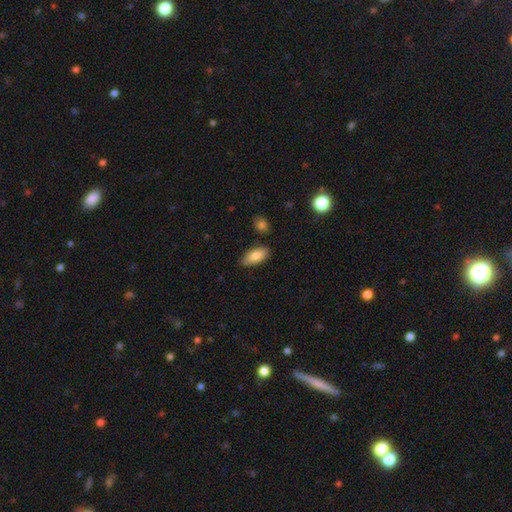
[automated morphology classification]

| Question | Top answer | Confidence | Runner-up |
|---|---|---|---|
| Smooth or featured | smooth | 83% | featured or disk (10%) |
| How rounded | in between | 90% | cigar-shaped (7%) |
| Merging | none | 78% | minor disturbance (16%) |